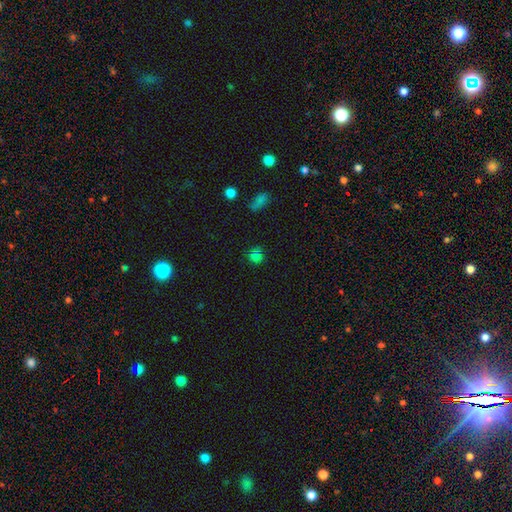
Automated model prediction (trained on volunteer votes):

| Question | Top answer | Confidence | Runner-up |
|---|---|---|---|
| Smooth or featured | smooth | 72% | star or artifact (22%) |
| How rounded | round | 84% | in between (14%) |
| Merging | none | 74% | minor disturbance (14%) |